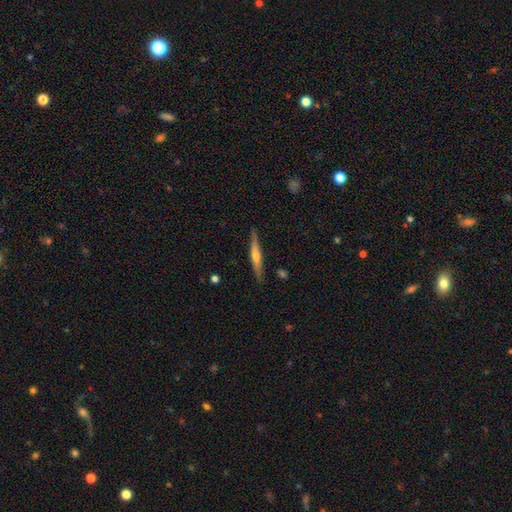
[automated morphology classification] This is possibly a featured or disk galaxy (58%). It is clearly viewed edge-on (96%). Edge-on bulge: likely rounded (69%). Merging: clearly none (87%).